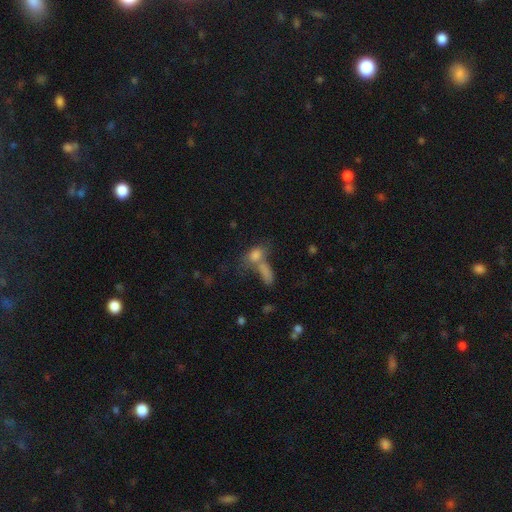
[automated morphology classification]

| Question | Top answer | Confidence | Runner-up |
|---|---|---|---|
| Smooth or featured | smooth | 77% | featured or disk (12%) |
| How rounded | in between | 72% | round (20%) |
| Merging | merger | 53% | none (29%) |